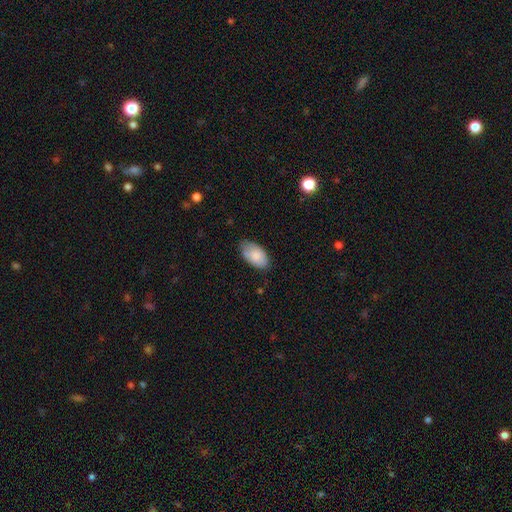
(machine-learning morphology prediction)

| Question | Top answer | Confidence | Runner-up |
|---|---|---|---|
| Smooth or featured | smooth | 82% | featured or disk (12%) |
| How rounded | in between | 95% | round (3%) |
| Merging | none | 67% | minor disturbance (27%) |